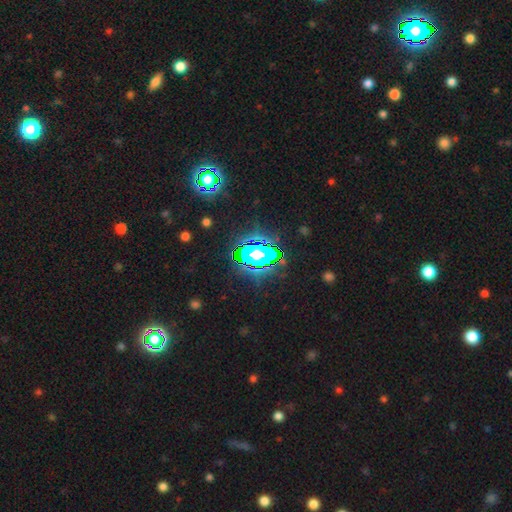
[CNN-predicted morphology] The model was most divided on "smooth or featured": star or artifact: 71%, smooth: 17%, featured or disk: 12%.